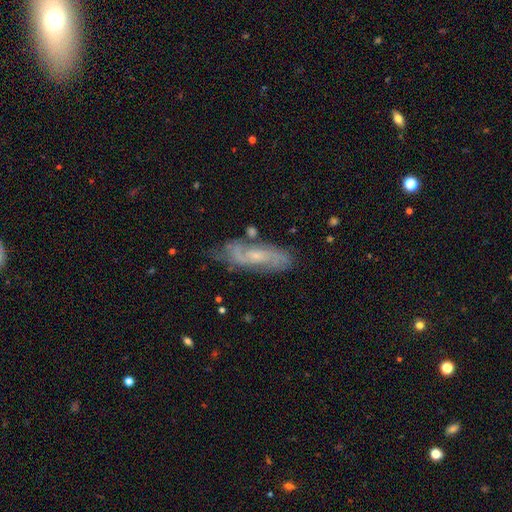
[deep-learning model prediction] featured or disk 70%, smooth 22%, star or artifact 8%. Down the decision tree: edge-on disk — no (82%); bar — no (53%); spiral arms — yes (88%); spiral arm count — 2 (66%); spiral winding — medium (43%); bulge size — small (59%); merging — none (67%).